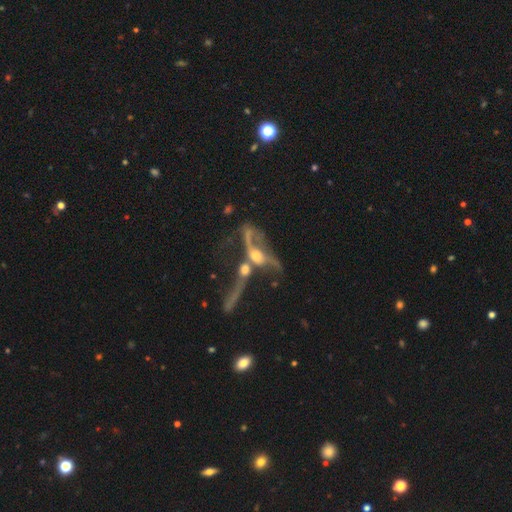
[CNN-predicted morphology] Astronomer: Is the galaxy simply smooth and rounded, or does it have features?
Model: featured or disk — 71%.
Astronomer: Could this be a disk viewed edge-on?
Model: no — 86%.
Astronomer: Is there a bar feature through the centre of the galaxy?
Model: no — 68%.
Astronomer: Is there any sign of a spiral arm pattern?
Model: yes — 68%.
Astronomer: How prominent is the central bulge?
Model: moderate — 55%.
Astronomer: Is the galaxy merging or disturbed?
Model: merger — 65%.